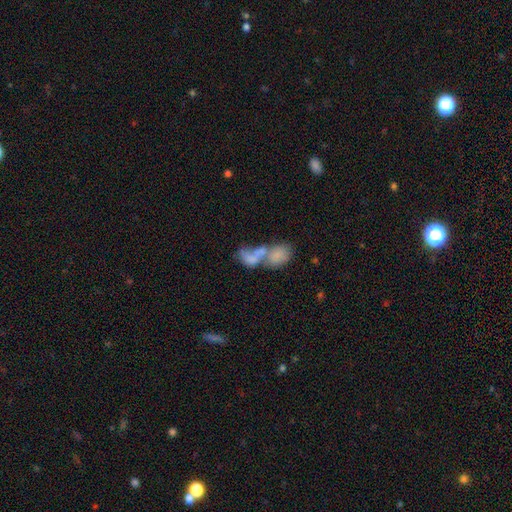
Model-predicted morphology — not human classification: Q: Smooth or featured?
A: smooth (61%); runner-up: featured or disk (29%)
Q: How rounded?
A: in between (82%); runner-up: round (14%)
Q: Merging?
A: merger (75%); runner-up: none (11%)